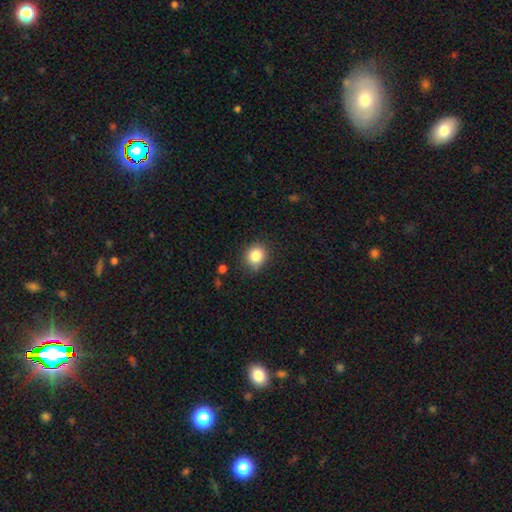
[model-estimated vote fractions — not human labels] This is clearly a smooth galaxy (84%). How rounded: likely round (78%). Merging: clearly none (80%).